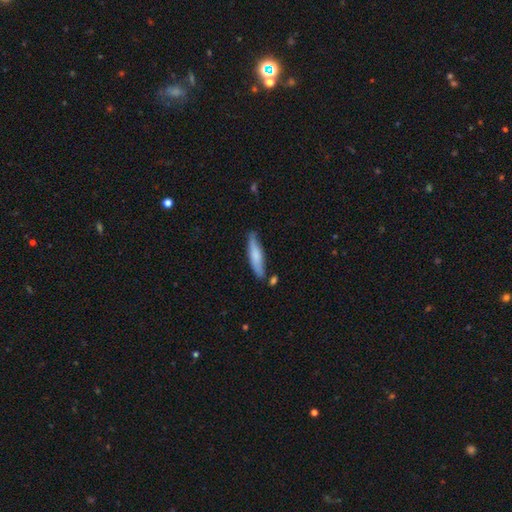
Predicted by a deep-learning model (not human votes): This appears to be a smooth galaxy with no disk features (70%) that is cigar-shaped (80%). Merging: none (74%).